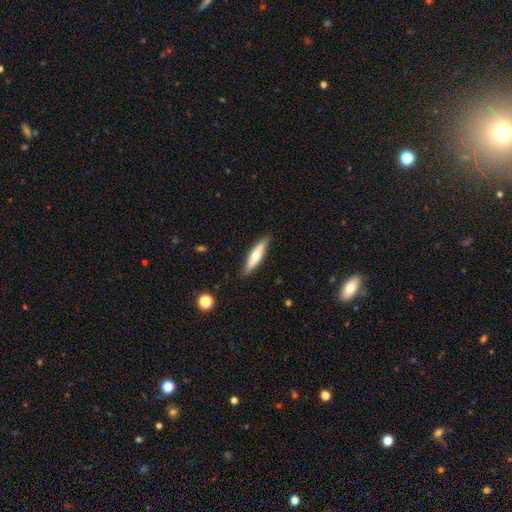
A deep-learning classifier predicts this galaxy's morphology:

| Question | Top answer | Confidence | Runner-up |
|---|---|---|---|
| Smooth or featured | smooth | 58% | featured or disk (36%) |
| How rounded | cigar-shaped | 76% | in between (22%) |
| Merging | none | 88% | minor disturbance (9%) |